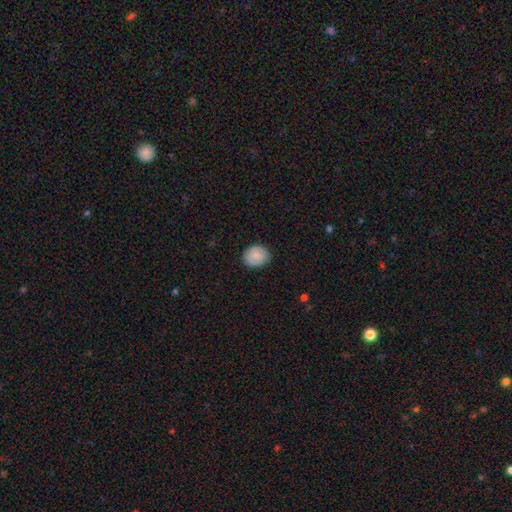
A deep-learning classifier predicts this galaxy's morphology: Smooth or featured: smooth — 86% (star or artifact — 7%)
How rounded: round — 61% (in between — 38%)
Merging: none — 85% (minor disturbance — 11%)